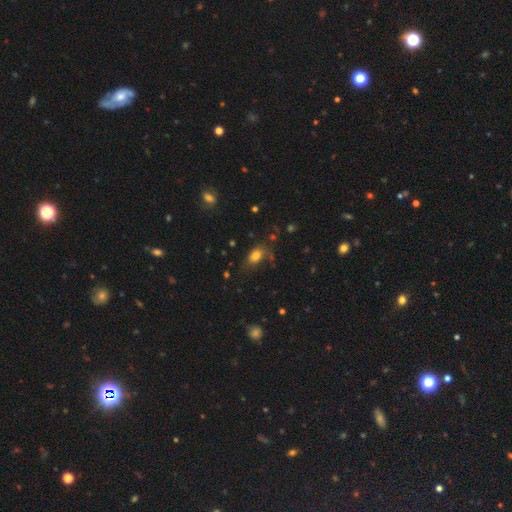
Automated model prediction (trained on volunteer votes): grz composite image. It shows a smooth galaxy with no disk features (76%) that is in between round and cigar-shaped (81%). Merging: none (59%).